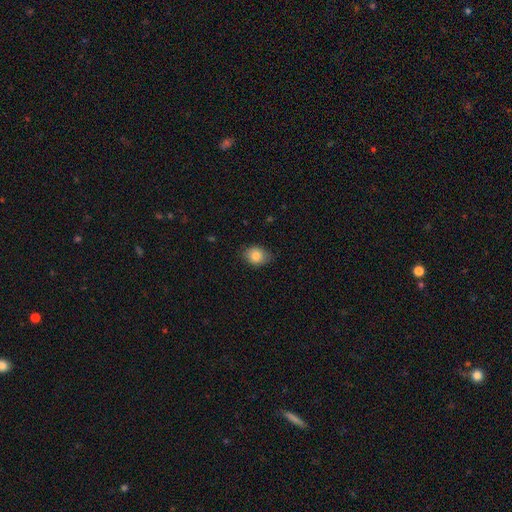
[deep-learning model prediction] smooth 84%, star or artifact 9%, featured or disk 8%. Down the decision tree: how rounded — in between (54%); merging — none (73%).